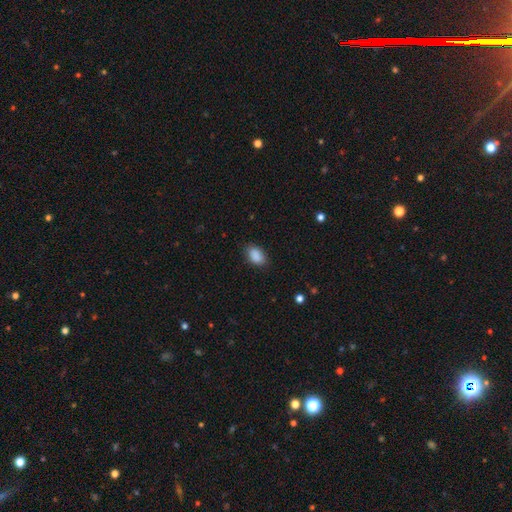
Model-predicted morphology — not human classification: Q: Smooth or featured?
A: smooth (89%); runner-up: star or artifact (8%)
Q: How rounded?
A: in between (88%); runner-up: round (10%)
Q: Merging?
A: none (80%); runner-up: minor disturbance (15%)